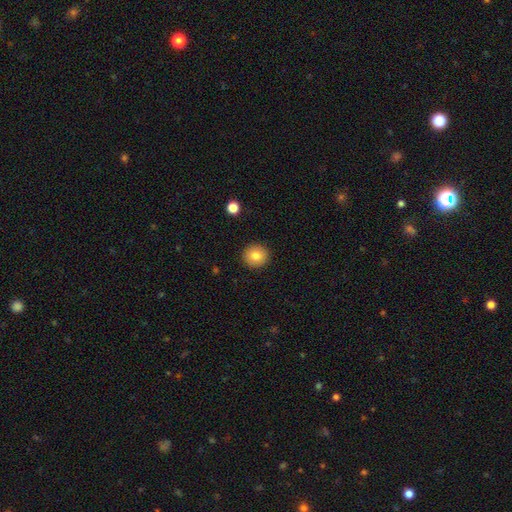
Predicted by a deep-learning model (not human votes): This appears to be a smooth galaxy with no disk features (81%) that is round (92%). Merging: none (92%).